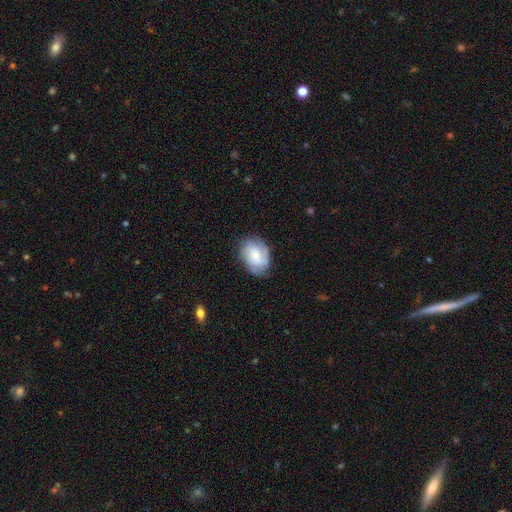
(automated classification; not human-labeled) Overall: featured or disk (53%; smooth 39%). Edge-on disk: no (97%). Bar: no (66%; weak 28%). Spiral arms: yes (87%). Bulge size: small (48%; moderate 35%). Merging: none (71%).